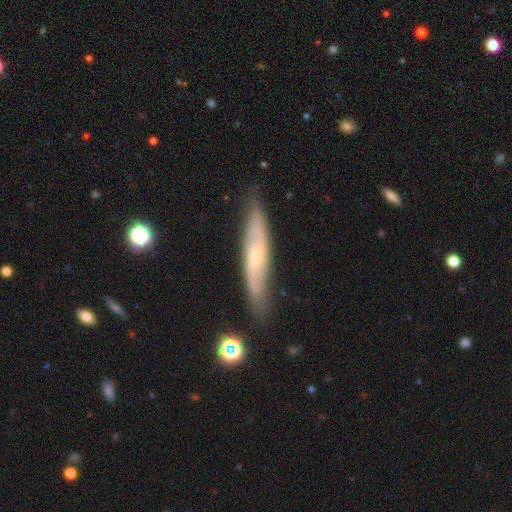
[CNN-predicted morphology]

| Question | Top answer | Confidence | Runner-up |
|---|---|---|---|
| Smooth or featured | featured or disk | 63% | smooth (31%) |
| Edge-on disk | yes | 51% | no (49%) |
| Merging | none | 79% | minor disturbance (16%) |